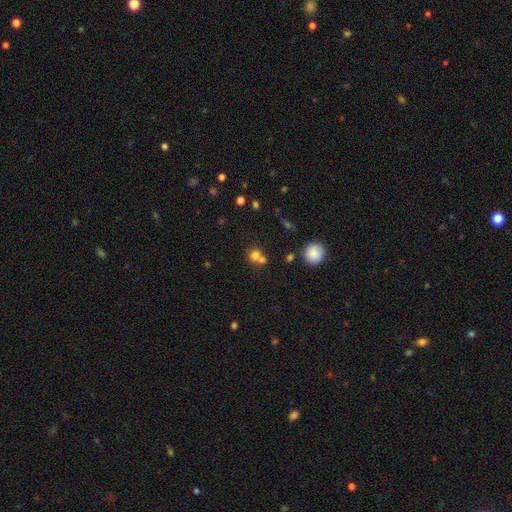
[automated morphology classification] Overall: smooth (74%). How rounded: round (83%). Merging: merger (50%; none 41%).